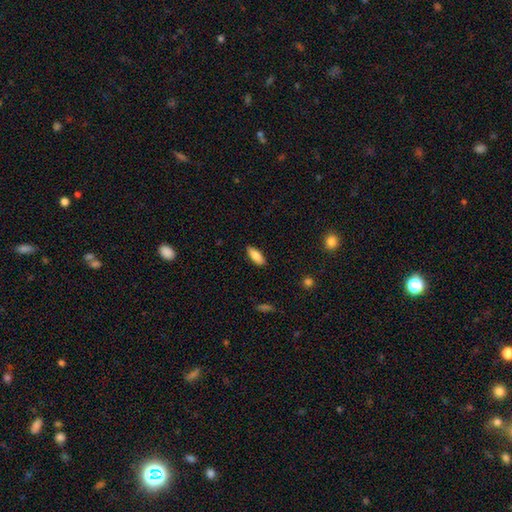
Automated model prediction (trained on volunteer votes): Smooth or featured? smooth (83%)
How rounded? in between (74%)
Merging? none (87%)